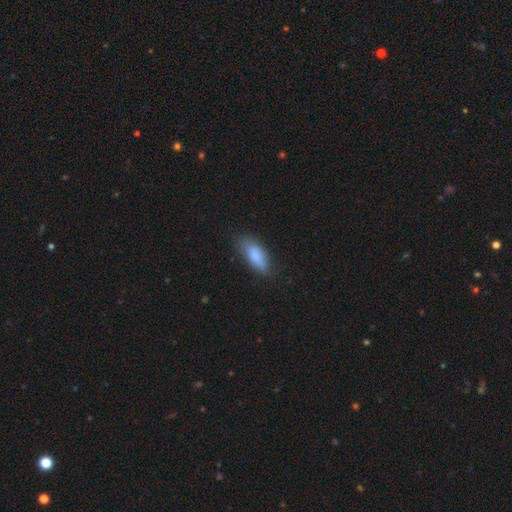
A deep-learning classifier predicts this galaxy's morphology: type=smooth (84%); roundness=in between (75%); merging=none (69%).